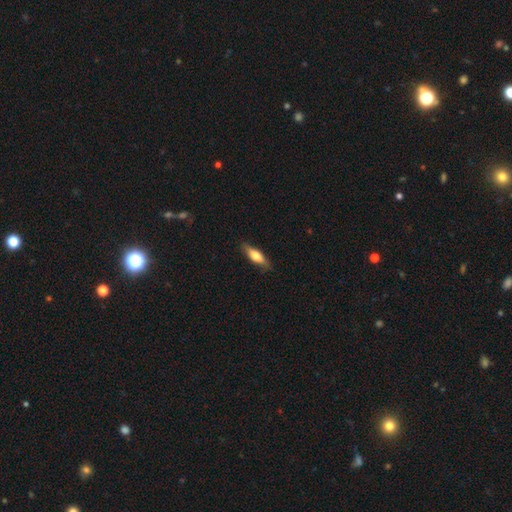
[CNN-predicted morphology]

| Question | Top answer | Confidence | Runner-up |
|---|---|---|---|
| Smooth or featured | smooth | 61% | featured or disk (33%) |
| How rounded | in between | 49% | tied: cigar-shaped (49%) |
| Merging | none | 82% | minor disturbance (14%) |